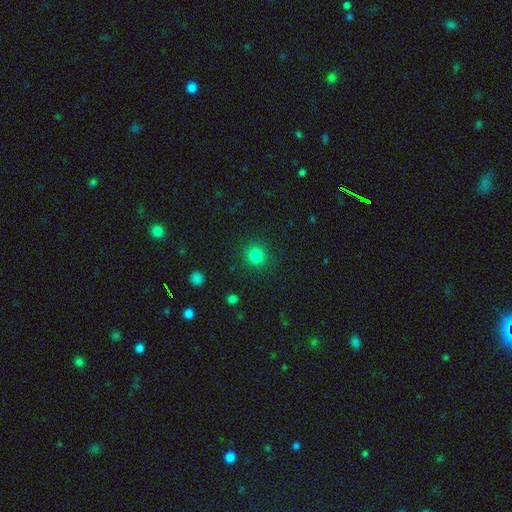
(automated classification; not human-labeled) Smooth or featured? smooth (82%)
How rounded? round (91%)
Merging? none (90%)